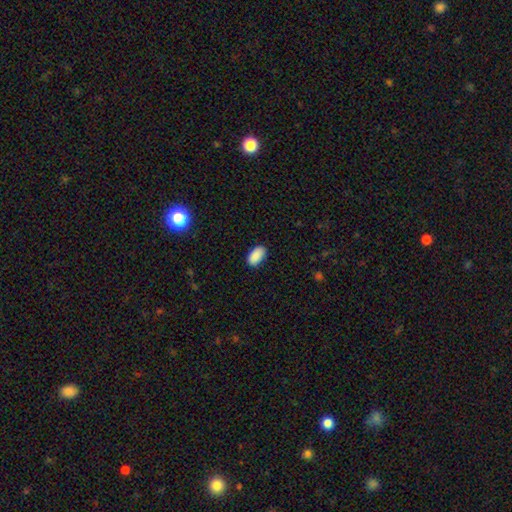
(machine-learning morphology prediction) Smooth or featured?
  - smooth: 90% *
  - star or artifact: 7%
  - featured or disk: 3%
How rounded?
  - in between: 94% *
  - round: 4%
  - cigar-shaped: 2%
Merging?
  - none: 86% *
  - minor disturbance: 11%
  - major disturbance: 2%
  - merger: 1%